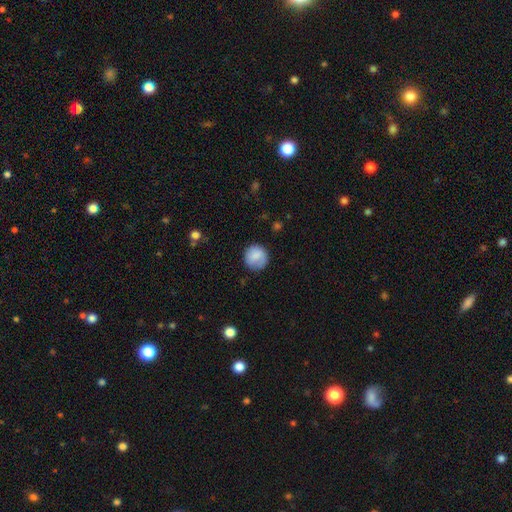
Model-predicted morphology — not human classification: This appears to be a smooth galaxy with no disk features (82%) that is round (91%). Merging: none (76%).